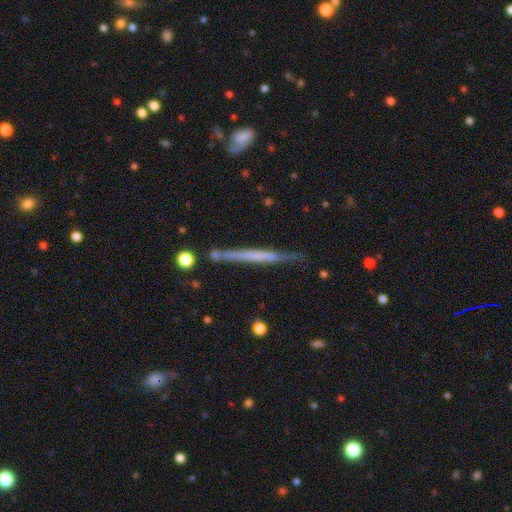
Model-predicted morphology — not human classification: smooth-or-featured: featured or disk: 55% | smooth: 39% | star or artifact: 6%
  disk-edge-on: yes: 96% | no: 4%
    edge-on-bulge: none: 83% | rounded: 9% | boxy: 8%
  merging: none: 81% | minor disturbance: 14% | merger: 3% | major disturbance: 3%